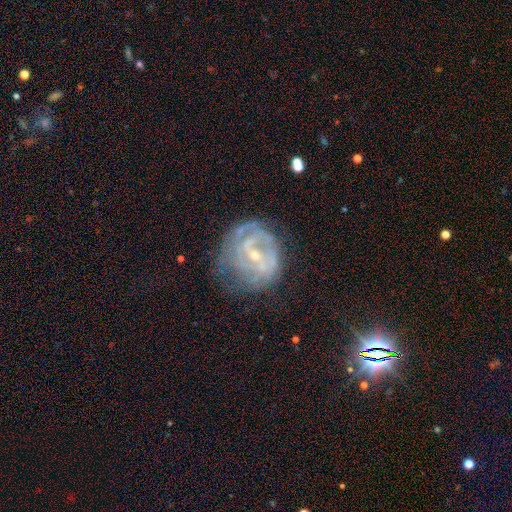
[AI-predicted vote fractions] Q: Smooth or featured?
A: featured or disk (75%); runner-up: smooth (15%)
Q: Edge-on disk?
A: no (97%); runner-up: yes (3%)
Q: Bar?
A: weak (48%); runner-up: no (30%)
Q: Spiral arms?
A: yes (72%); runner-up: no (28%)
Q: Spiral winding?
A: tight (57%); runner-up: medium (30%)
Q: Spiral arm count?
A: can't tell (48%); runner-up: 2 (27%)
Q: Bulge size?
A: small (68%); runner-up: moderate (26%)
Q: Merging?
A: none (56%); runner-up: minor disturbance (24%)